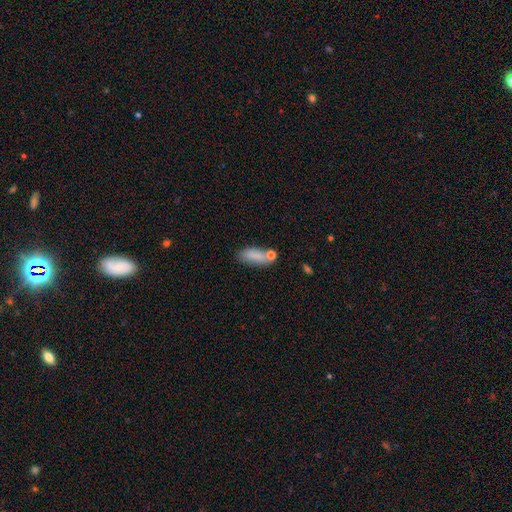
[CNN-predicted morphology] Smooth or featured? Predicted: smooth (p=0.80). How rounded? Predicted: in between (p=0.73). Merging? Predicted: none (p=0.54).